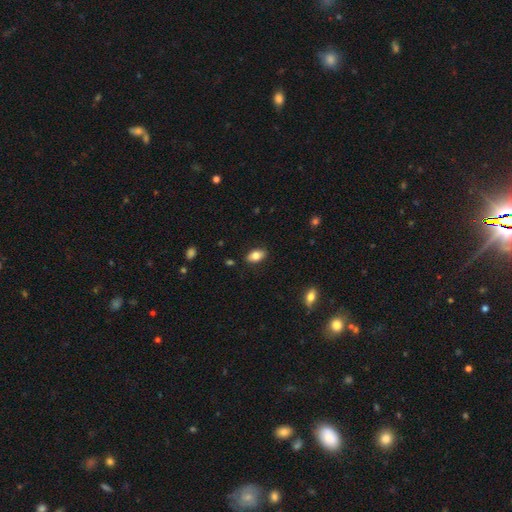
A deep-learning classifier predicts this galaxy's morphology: Overall: smooth (80%). How rounded: in between (90%). Merging: none (86%).